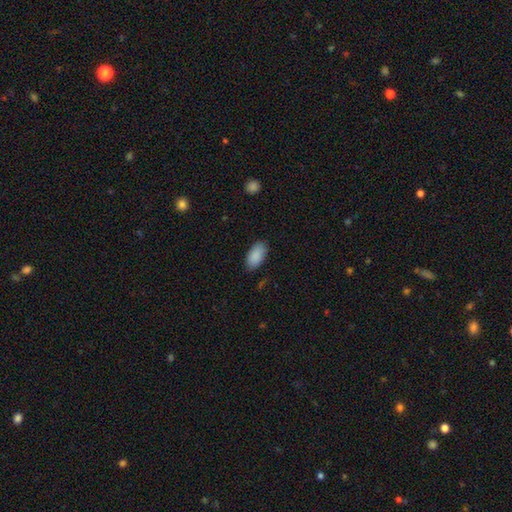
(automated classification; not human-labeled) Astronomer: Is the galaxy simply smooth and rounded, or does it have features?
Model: smooth — 90%.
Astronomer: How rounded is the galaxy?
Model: in between — 94%.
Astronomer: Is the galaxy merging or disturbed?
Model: none — 85%.